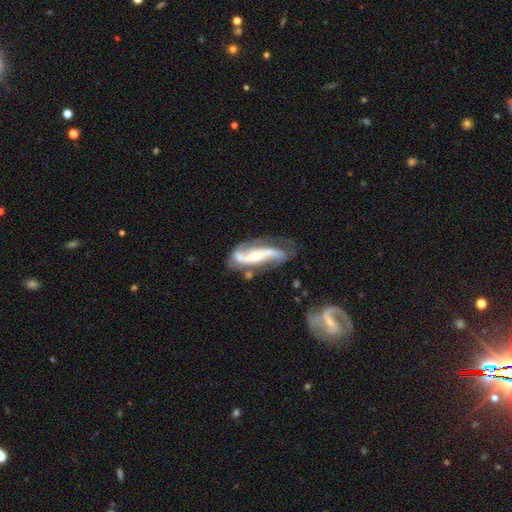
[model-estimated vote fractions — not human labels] Smooth or featured?
  - featured or disk: 86% *
  - smooth: 9%
  - star or artifact: 5%
Edge-on disk?
  - no: 88% *
  - yes: 12%
Bar?
  - strong: 44% *
  - no: 33%
  - weak: 23%
Spiral arms?
  - yes: 94% *
  - no: 6%
Spiral winding?
  - loose: 48% *
  - medium: 35%
  - tight: 17%
Spiral arm count?
  - 2: 86% *
  - can't tell: 6%
  - 1: 4%
  - 3: 2%
  - 4: 1%
  - more than 4: 1%
Bulge size?
  - moderate: 49% *
  - small: 45%
  - large: 3%
  - none: 2%
  - dominant: 1%
Merging?
  - none: 52% *
  - minor disturbance: 24%
  - major disturbance: 17%
  - merger: 7%